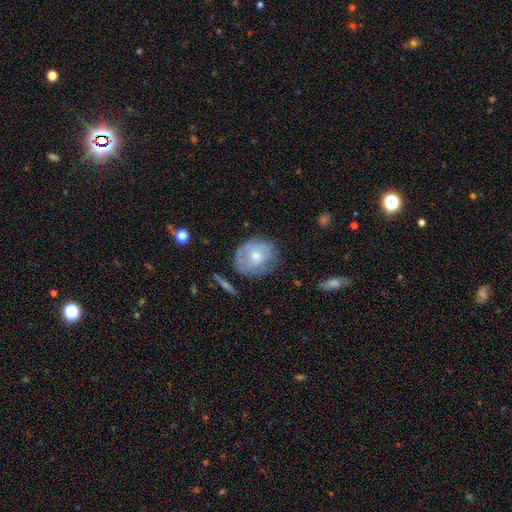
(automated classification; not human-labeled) A featured or disk galaxy (48%).

Vote fractions:
- Smooth or featured? featured or disk: 48% / smooth: 46% / star or artifact: 7%
- Merging? none: 64% / minor disturbance: 24% / major disturbance: 9% / merger: 2%